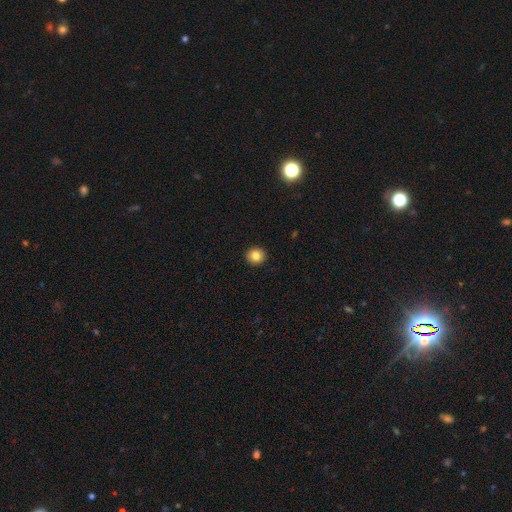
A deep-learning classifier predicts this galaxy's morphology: A smooth galaxy with no disk features (84%) that is round (90%).

Vote fractions:
- Smooth or featured? smooth: 84% / star or artifact: 10% / featured or disk: 6%
- How rounded? round: 90% / in between: 9% / cigar-shaped: 1%
- Merging? none: 93% / minor disturbance: 4% / major disturbance: 1% / merger: 1%